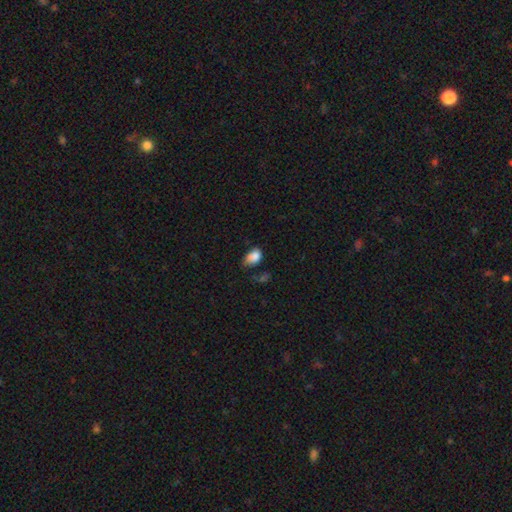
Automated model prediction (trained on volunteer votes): Smooth or featured: smooth — 84% (star or artifact — 9%)
How rounded: in between — 84% (round — 15%)
Merging: minor disturbance — 41% (none — 36%)